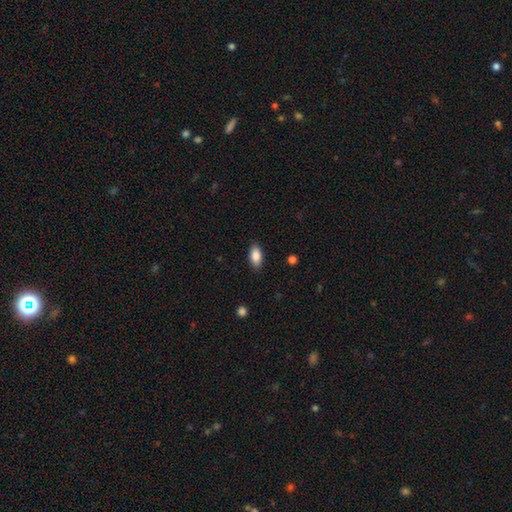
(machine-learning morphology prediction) Smooth or featured? Predicted: smooth (p=0.88). How rounded? Predicted: in between (p=0.91). Merging? Predicted: none (p=0.88).